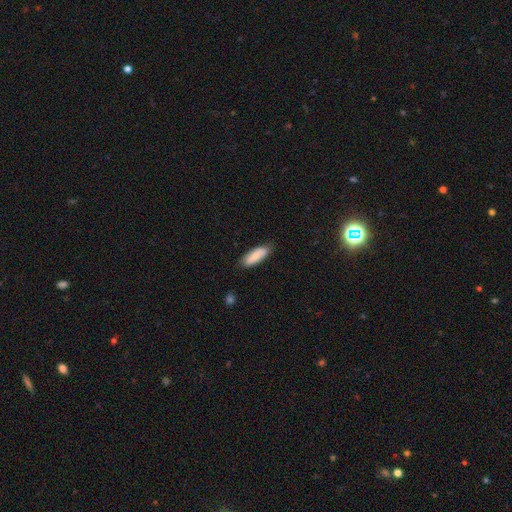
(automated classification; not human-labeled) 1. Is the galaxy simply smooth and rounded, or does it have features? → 82% smooth, 12% featured or disk, 6% star or artifact.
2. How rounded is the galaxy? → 64% in between, 34% cigar-shaped, 2% round.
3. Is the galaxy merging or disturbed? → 80% none, 16% minor disturbance, 3% major disturbance, 2% merger.